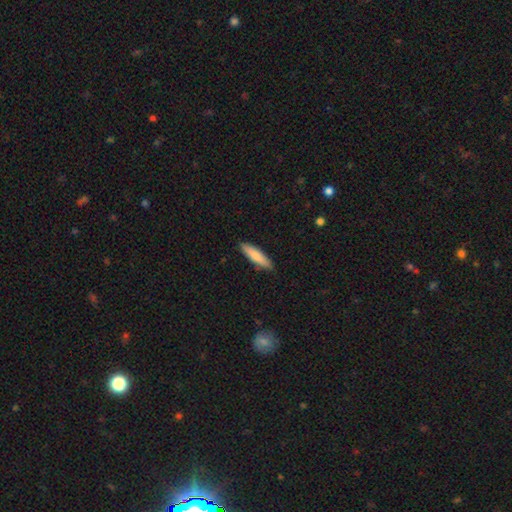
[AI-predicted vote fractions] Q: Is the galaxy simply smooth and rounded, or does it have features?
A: smooth — 77%.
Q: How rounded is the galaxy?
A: cigar-shaped — 74%.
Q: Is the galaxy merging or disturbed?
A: none — 89%.